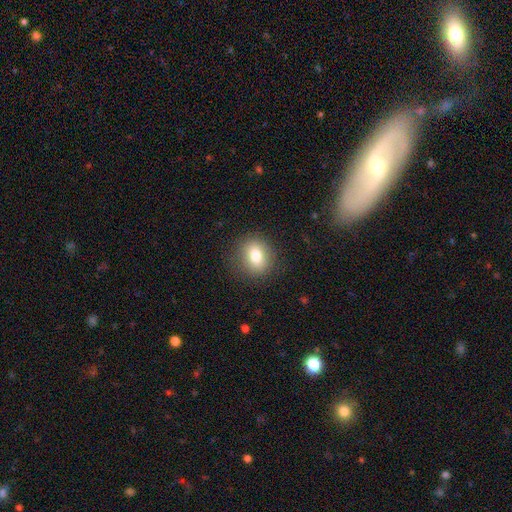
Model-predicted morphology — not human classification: smooth 79%, featured or disk 11%, star or artifact 10%. Down the decision tree: how rounded — round (62%); merging — none (86%).